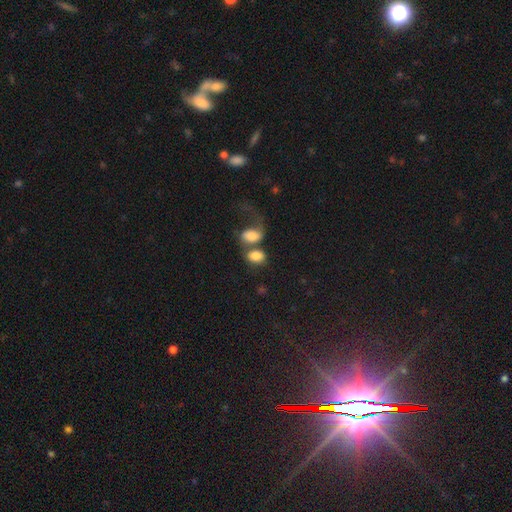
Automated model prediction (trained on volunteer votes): Smooth or featured: smooth — 77% (featured or disk — 14%)
How rounded: in between — 79% (round — 19%)
Merging: merger — 59% (none — 19%)